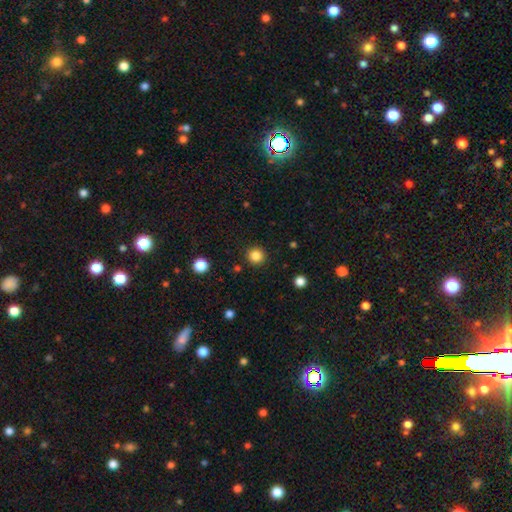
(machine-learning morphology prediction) A smooth galaxy with no disk features (84%) that is round (95%).

Vote fractions:
- Smooth or featured? smooth: 84% / star or artifact: 12% / featured or disk: 4%
- How rounded? round: 95% / in between: 4% / cigar-shaped: 1%
- Merging? none: 92% / minor disturbance: 5% / major disturbance: 2% / merger: 1%